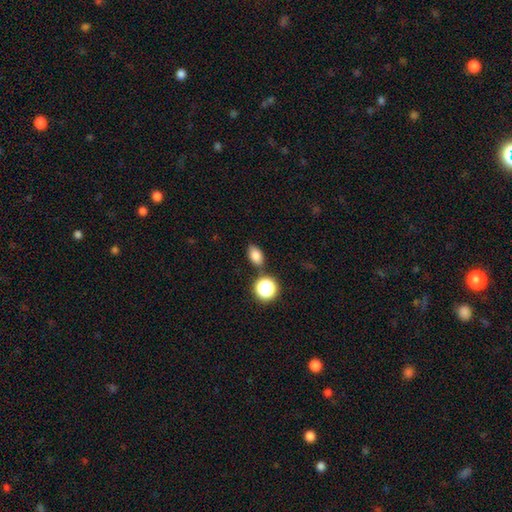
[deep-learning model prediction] Smooth or featured? Predicted: smooth (p=0.80). How rounded? Predicted: in between (p=0.81). Merging? Predicted: none (p=0.76).